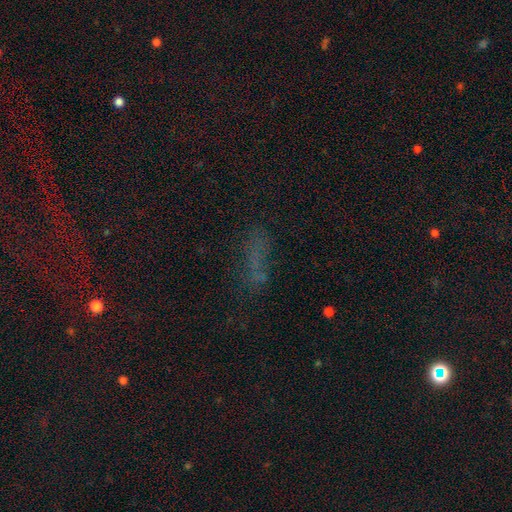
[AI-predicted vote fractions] Overall: smooth (43%; star or artifact 39%). Merging: none (64%).